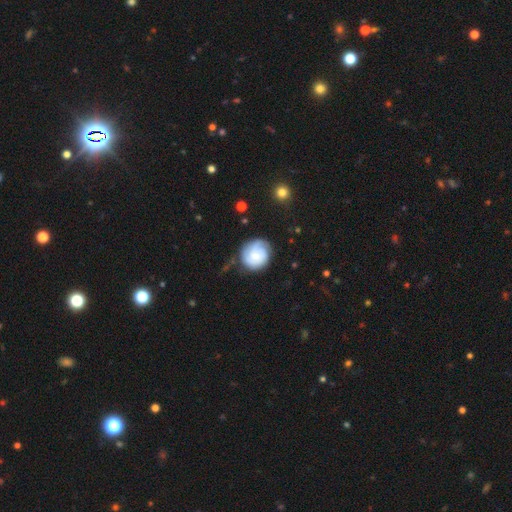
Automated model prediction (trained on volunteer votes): A featured or disk galaxy (54%) with no bar (77%), spiral arms (86%) and a small central bulge (58%). Merging: none (67%).